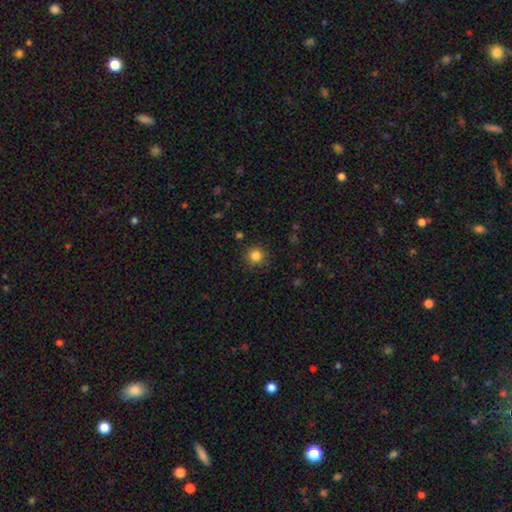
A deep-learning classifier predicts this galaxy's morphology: smooth 84%, star or artifact 12%, featured or disk 4%. Down the decision tree: how rounded — round (94%); merging — none (89%).